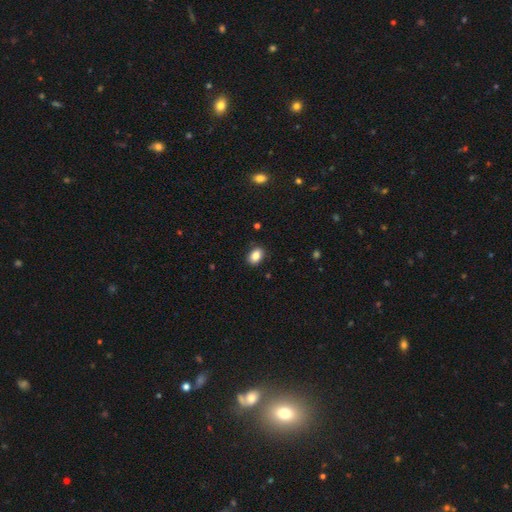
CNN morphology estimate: Smooth or featured? Predicted: smooth (p=0.85). How rounded? Predicted: in between (p=0.77). Merging? Predicted: none (p=0.86).